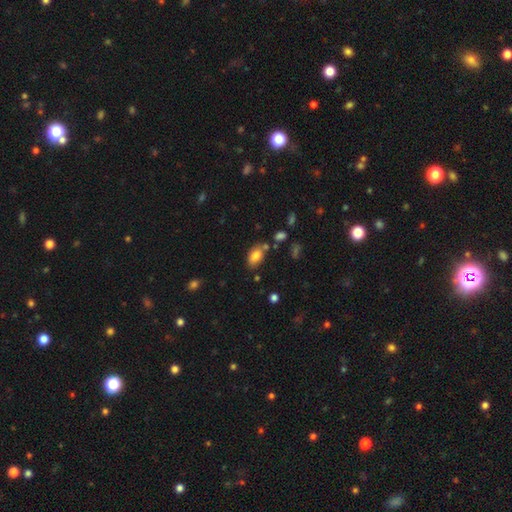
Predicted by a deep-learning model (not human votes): A smooth galaxy with no disk features (82%) that is in between round and cigar-shaped (91%).

Vote fractions:
- Smooth or featured? smooth: 82% / featured or disk: 9% / star or artifact: 8%
- How rounded? in between: 91% / round: 7% / cigar-shaped: 2%
- Merging? none: 70% / minor disturbance: 16% / merger: 10% / major disturbance: 4%